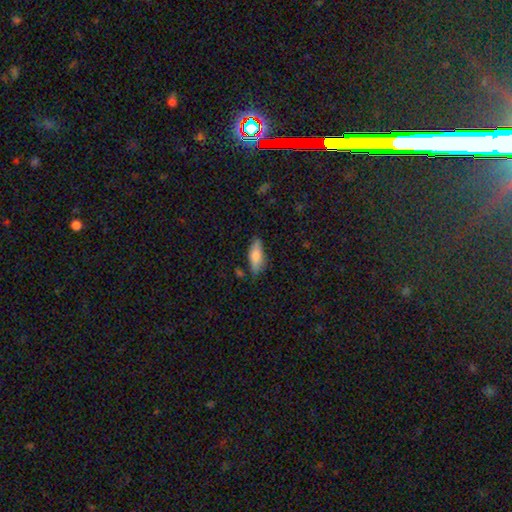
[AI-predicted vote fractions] smooth-or-featured: smooth: 75% | featured or disk: 18% | star or artifact: 6%
  how-rounded: in between: 73% | cigar-shaped: 25% | round: 2%
  merging: none: 73% | minor disturbance: 20% | major disturbance: 4% | merger: 3%